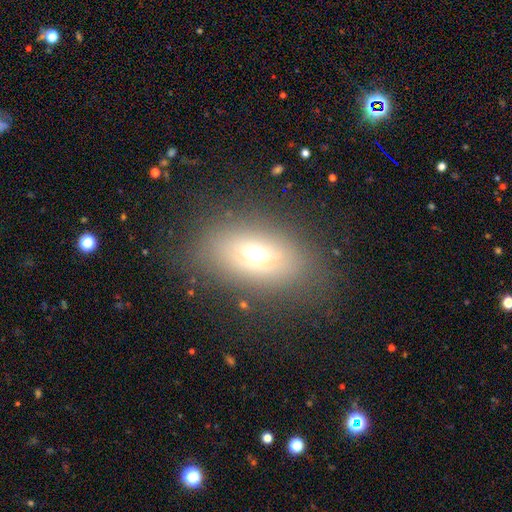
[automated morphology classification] This appears to be a smooth galaxy with no disk features (55%) that is in between round and cigar-shaped (80%). Merging: none (77%).